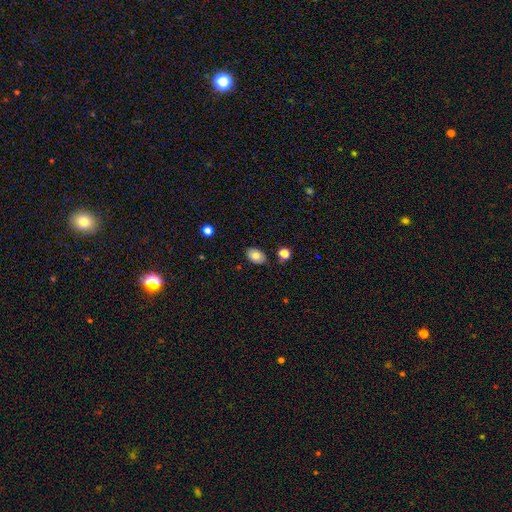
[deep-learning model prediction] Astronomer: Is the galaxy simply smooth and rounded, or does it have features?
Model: smooth — 79%.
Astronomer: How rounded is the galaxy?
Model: in between — 85%.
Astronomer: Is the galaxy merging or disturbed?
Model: none — 81%.